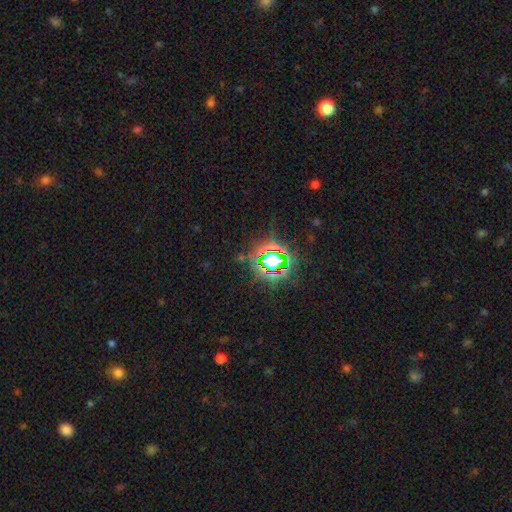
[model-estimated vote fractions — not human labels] smooth-or-featured: star or artifact: 80% | smooth: 13% | featured or disk: 6%